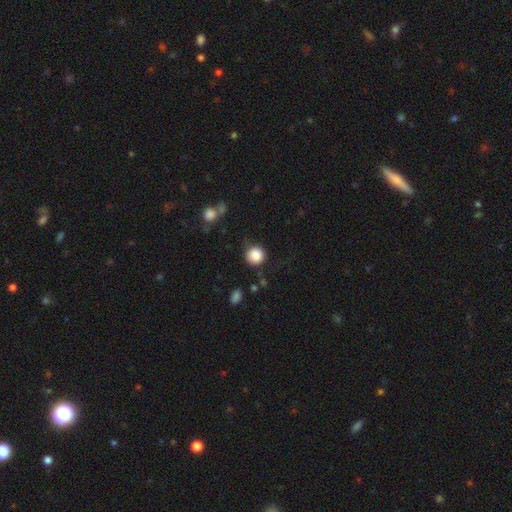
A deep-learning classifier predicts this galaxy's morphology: A smooth galaxy with no disk features (87%) that is round (94%). Merging: none (84%).